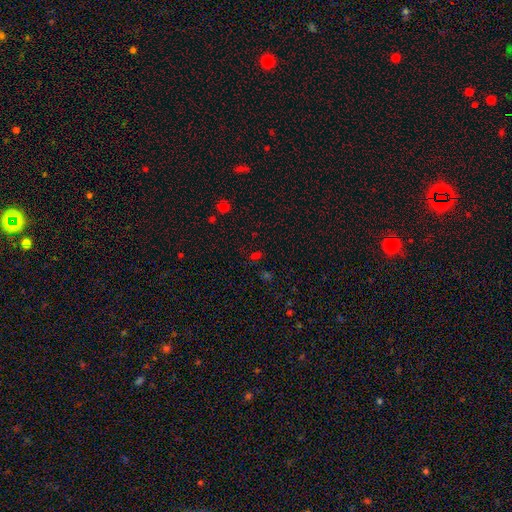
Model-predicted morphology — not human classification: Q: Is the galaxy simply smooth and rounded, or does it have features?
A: smooth — 53%.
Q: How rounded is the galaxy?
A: in between — 71%.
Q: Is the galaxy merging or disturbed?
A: none — 77%.